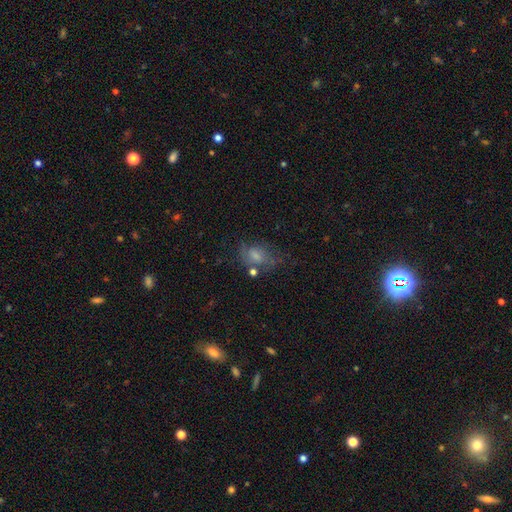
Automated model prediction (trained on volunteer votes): This appears to be a smooth galaxy with no disk features (57%) that is in between round and cigar-shaped (78%). Merging: none (44%).